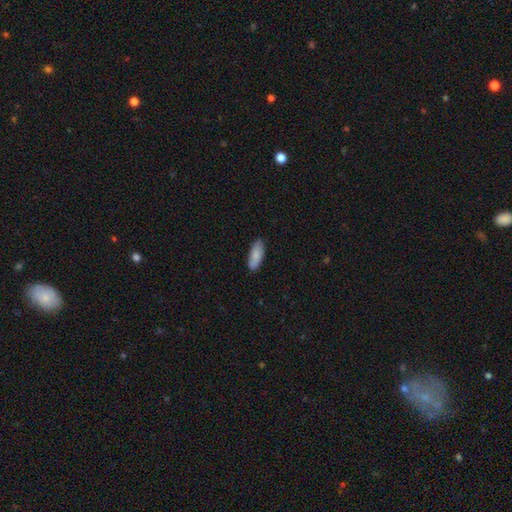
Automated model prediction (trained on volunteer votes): Morphology: type=smooth (85%); roundness=in between (77%); merging=none (84%).